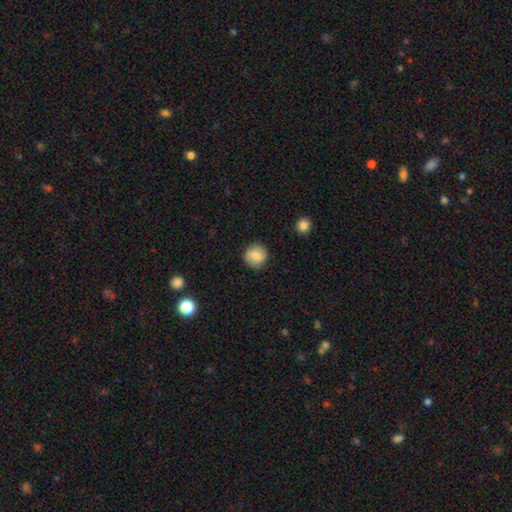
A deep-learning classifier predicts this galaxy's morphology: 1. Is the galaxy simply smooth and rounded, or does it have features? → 79% smooth, 13% featured or disk, 8% star or artifact.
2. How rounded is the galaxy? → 92% round, 7% in between, 1% cigar-shaped.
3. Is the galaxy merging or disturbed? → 88% none, 8% minor disturbance, 2% major disturbance, 1% merger.